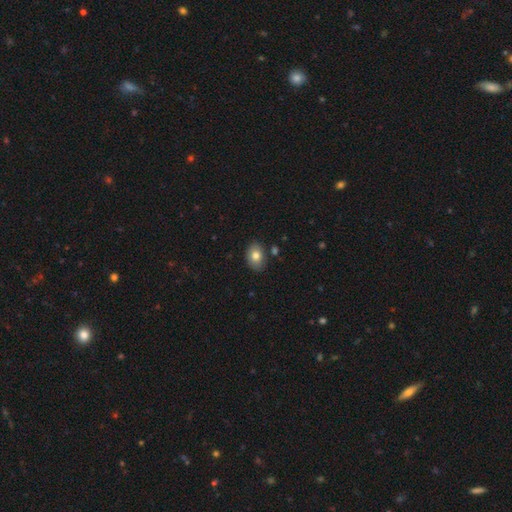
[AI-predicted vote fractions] A smooth galaxy with no disk features (79%) that is in between round and cigar-shaped (78%). Merging: none (84%).